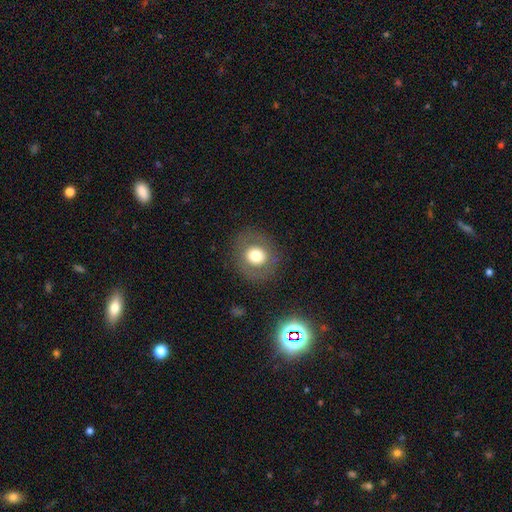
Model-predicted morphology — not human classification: Overall: smooth (66%). How rounded: round (83%). Merging: none (83%).